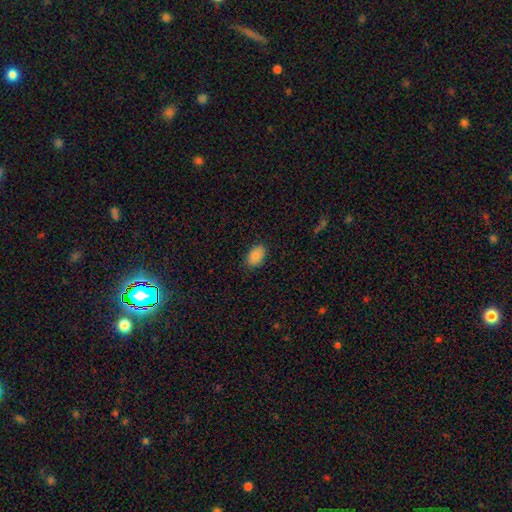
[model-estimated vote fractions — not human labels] A smooth galaxy with no disk features (87%) that is in between round and cigar-shaped (89%).

Vote fractions:
- Smooth or featured? smooth: 87% / star or artifact: 8% / featured or disk: 5%
- How rounded? in between: 89% / round: 10% / cigar-shaped: 1%
- Merging? none: 87% / minor disturbance: 10% / major disturbance: 2% / merger: 1%